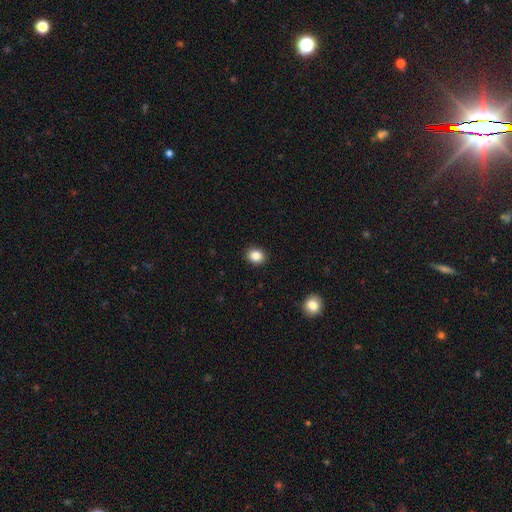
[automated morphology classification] A smooth galaxy with no disk features (86%) that is round (65%).

Vote fractions:
- Smooth or featured? smooth: 86% / star or artifact: 10% / featured or disk: 4%
- How rounded? round: 65% / in between: 34% / cigar-shaped: 1%
- Merging? none: 91% / minor disturbance: 6% / major disturbance: 2% / merger: 1%